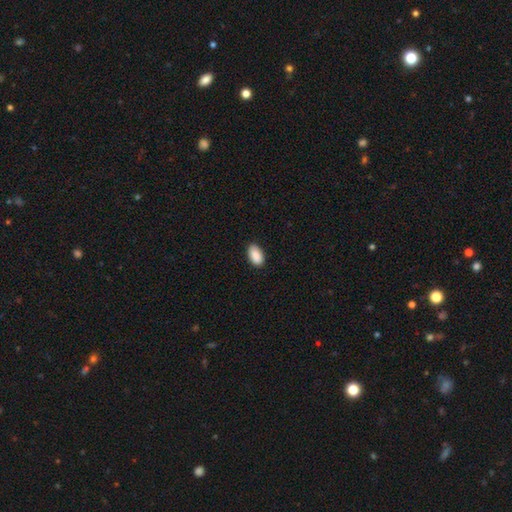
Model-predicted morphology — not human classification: Smooth or featured? Predicted: smooth (p=0.90). How rounded? Predicted: in between (p=0.95). Merging? Predicted: none (p=0.87).